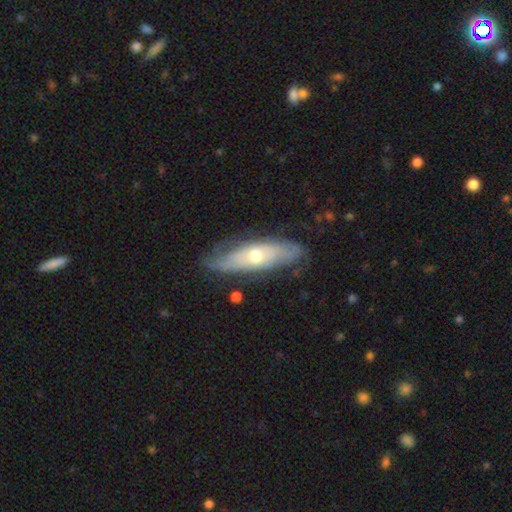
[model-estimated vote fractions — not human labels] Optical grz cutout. It shows a featured or disk galaxy (56%). Merging: none (66%).